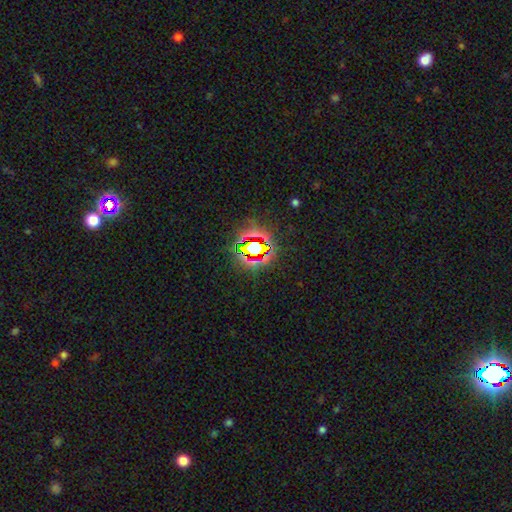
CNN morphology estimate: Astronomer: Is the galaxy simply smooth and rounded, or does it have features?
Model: star or artifact — 72%.